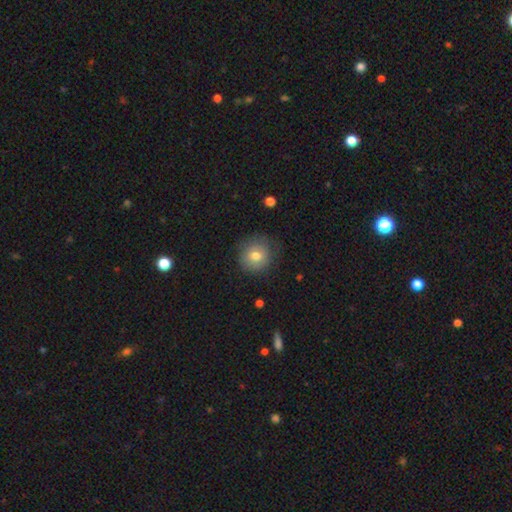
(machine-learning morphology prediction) Smooth or featured? smooth (74%)
How rounded? round (87%)
Merging? none (75%)